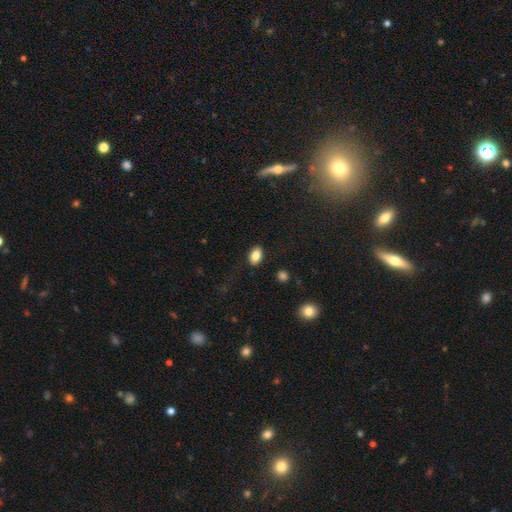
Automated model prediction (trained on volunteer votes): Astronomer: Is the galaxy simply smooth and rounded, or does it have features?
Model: smooth — 84%.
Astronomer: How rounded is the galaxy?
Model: in between — 83%.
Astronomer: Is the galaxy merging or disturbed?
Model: none — 87%.